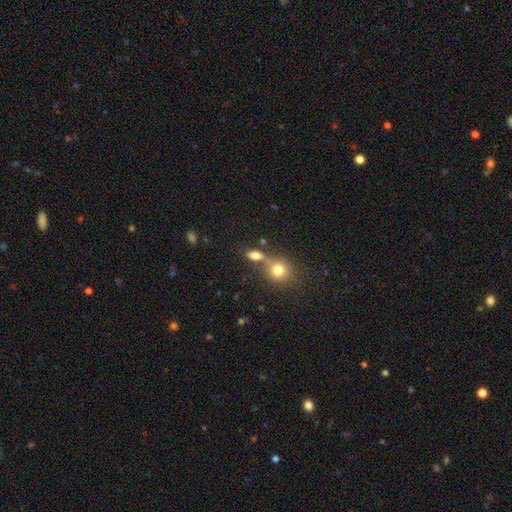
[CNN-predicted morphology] Smooth or featured? smooth (75%)
How rounded? in between (70%)
Merging? none (50%)